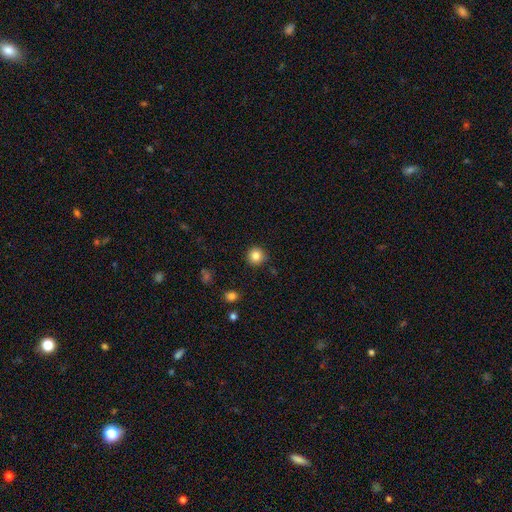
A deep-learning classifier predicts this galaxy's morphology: type=smooth (84%); roundness=round (95%); merging=none (90%).